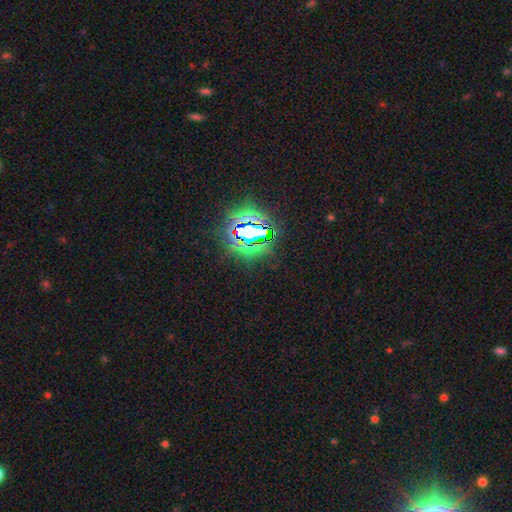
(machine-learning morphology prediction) smooth-or-featured: star or artifact: 82% | smooth: 10% | featured or disk: 7%